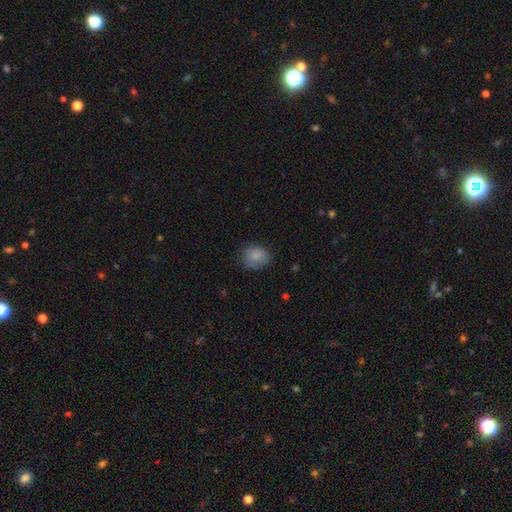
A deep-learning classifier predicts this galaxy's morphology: Smooth or featured? Predicted: smooth (p=0.83). How rounded? Predicted: round (p=0.64). Merging? Predicted: none (p=0.70).